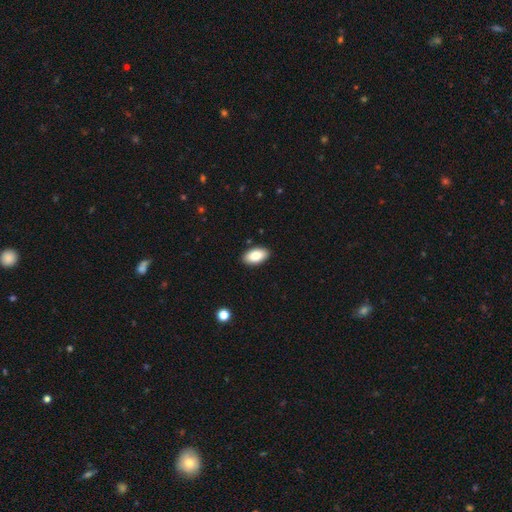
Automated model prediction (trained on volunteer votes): Morphology: type=smooth (83%); roundness=in between (95%); merging=none (90%).